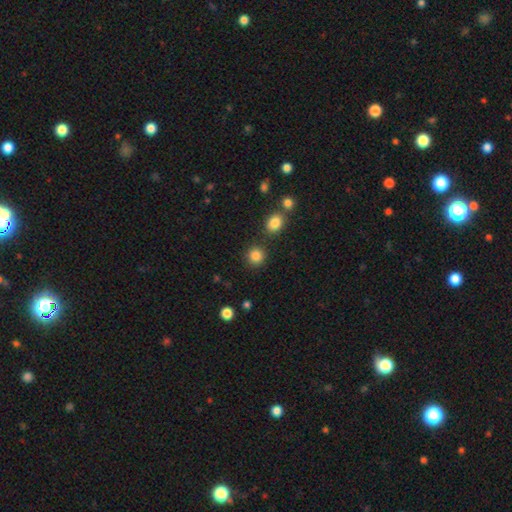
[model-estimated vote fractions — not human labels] Q: Smooth or featured?
A: smooth (85%); runner-up: star or artifact (11%)
Q: How rounded?
A: round (91%); runner-up: in between (8%)
Q: Merging?
A: none (84%); runner-up: minor disturbance (7%)